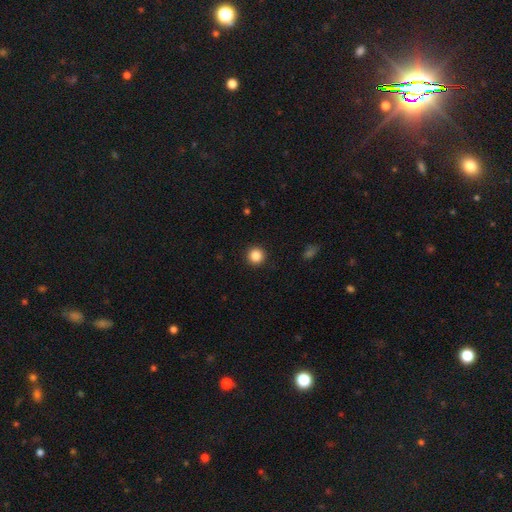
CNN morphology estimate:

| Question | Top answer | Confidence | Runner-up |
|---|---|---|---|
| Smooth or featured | smooth | 86% | star or artifact (10%) |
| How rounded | round | 95% | in between (4%) |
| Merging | none | 93% | minor disturbance (5%) |